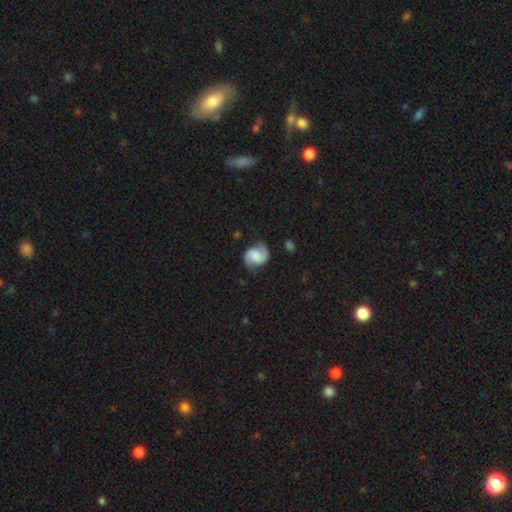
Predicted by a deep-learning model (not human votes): Smooth or featured?
  - featured or disk: 67% *
  - smooth: 25%
  - star or artifact: 7%
Edge-on disk?
  - no: 98% *
  - yes: 2%
Bar?
  - no: 58% *
  - weak: 34%
  - strong: 8%
Spiral arms?
  - yes: 95% *
  - no: 5%
Spiral winding?
  - medium: 46% *
  - loose: 28%
  - tight: 26%
Spiral arm count?
  - 2: 91% *
  - can't tell: 4%
  - 1: 2%
  - 3: 1%
  - 4: 1%
  - more than 4: 1%
Bulge size?
  - moderate: 29% *
  - none: 26%
  - small: 22%
  - large: 19%
  - dominant: 5%
Merging?
  - none: 75% *
  - minor disturbance: 18%
  - major disturbance: 6%
  - merger: 2%